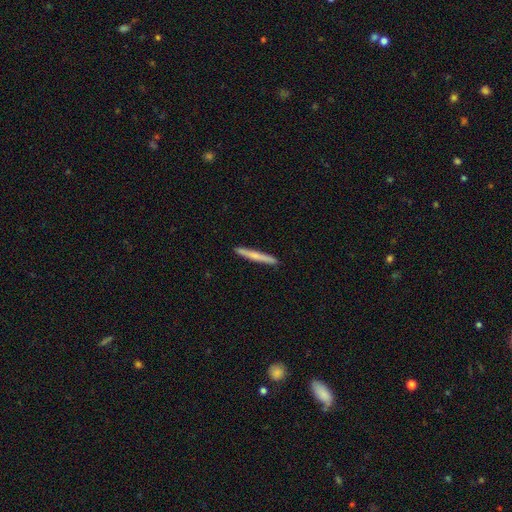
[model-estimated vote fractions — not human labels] Q: Smooth or featured?
A: smooth (59%); runner-up: featured or disk (36%)
Q: How rounded?
A: cigar-shaped (96%); runner-up: in between (2%)
Q: Merging?
A: none (92%); runner-up: minor disturbance (6%)